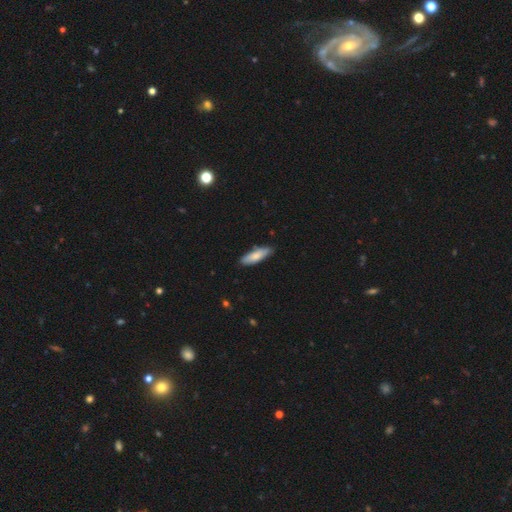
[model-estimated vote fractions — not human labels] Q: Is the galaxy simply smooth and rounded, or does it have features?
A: smooth — 79%.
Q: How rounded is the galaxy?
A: cigar-shaped — 51%.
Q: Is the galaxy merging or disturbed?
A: none — 83%.